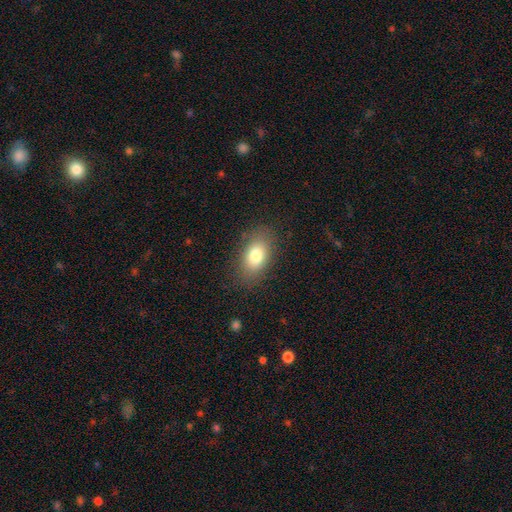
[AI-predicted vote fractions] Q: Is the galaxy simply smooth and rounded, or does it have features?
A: smooth — 80%.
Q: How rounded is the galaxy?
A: in between — 89%.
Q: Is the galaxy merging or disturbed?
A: none — 83%.